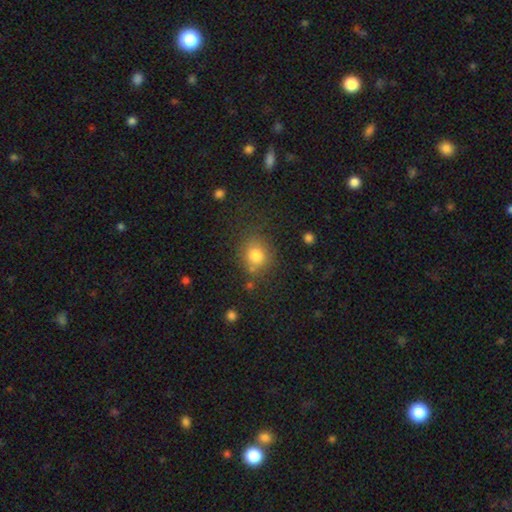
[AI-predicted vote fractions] Q: Smooth or featured?
A: smooth (80%); runner-up: star or artifact (12%)
Q: How rounded?
A: round (73%); runner-up: in between (26%)
Q: Merging?
A: none (73%); runner-up: minor disturbance (15%)